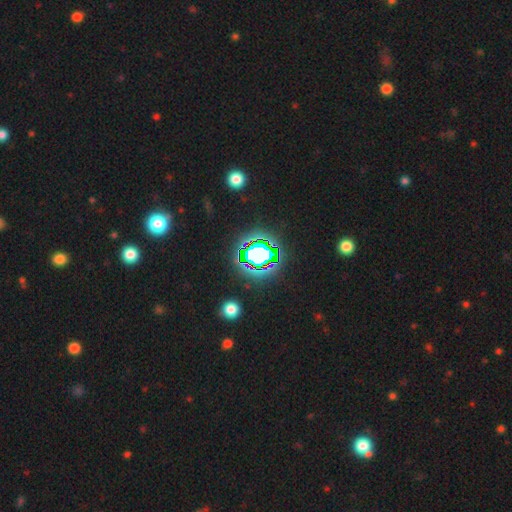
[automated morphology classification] Smooth or featured: star or artifact — 78% (smooth — 14%)